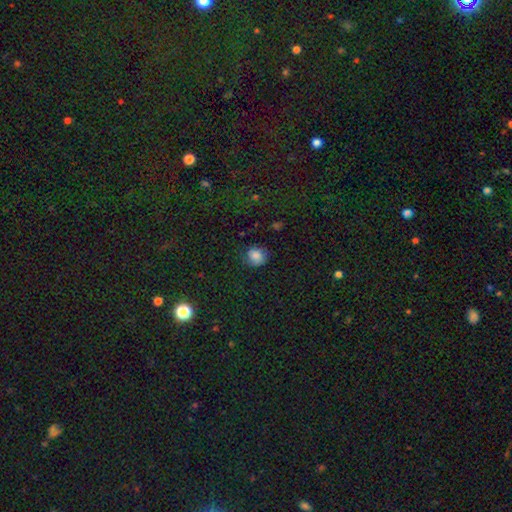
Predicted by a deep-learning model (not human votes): This is likely a smooth galaxy (78%). How rounded: likely round (78%). Merging: likely none (71%).